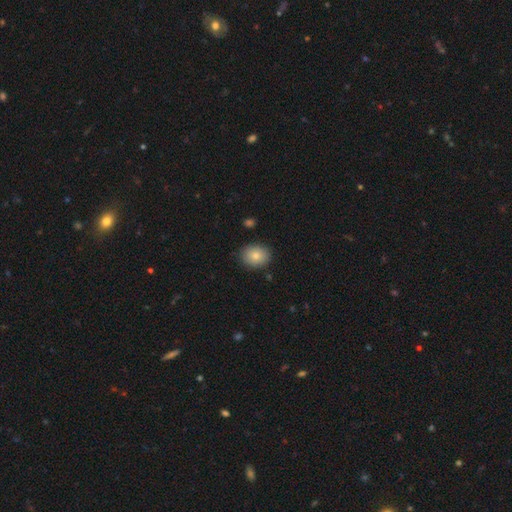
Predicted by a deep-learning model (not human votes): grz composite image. It shows a smooth galaxy with no disk features (82%) that is round (51%). Merging: none (87%).